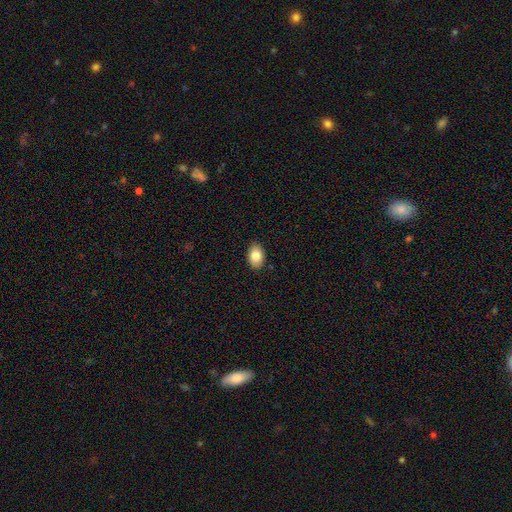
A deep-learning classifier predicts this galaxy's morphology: Smooth or featured? smooth (82%)
How rounded? in between (85%)
Merging? none (88%)